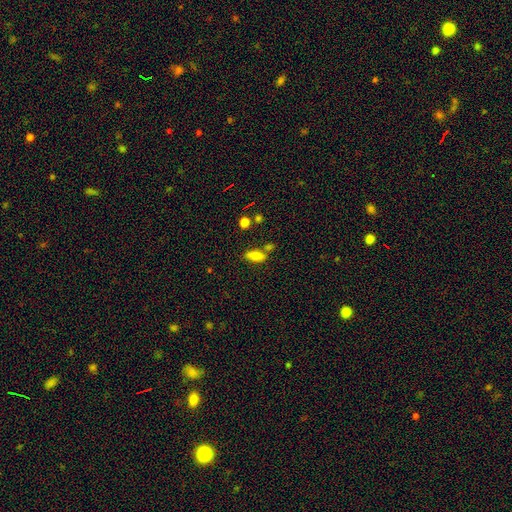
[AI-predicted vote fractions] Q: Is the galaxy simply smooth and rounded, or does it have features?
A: smooth — 77%.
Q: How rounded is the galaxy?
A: in between — 79%.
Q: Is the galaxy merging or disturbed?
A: none — 66%.